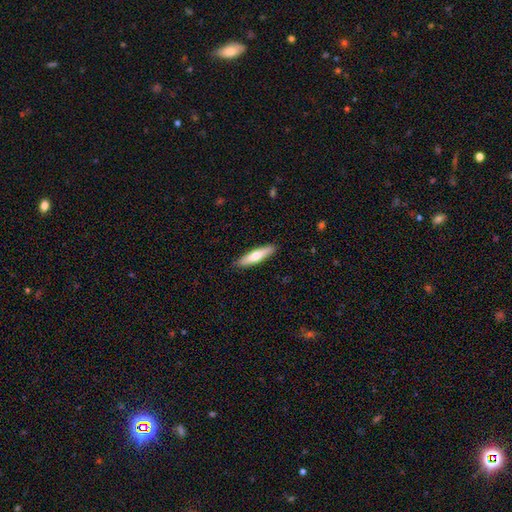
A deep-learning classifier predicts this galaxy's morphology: type=smooth (63%); roundness=cigar-shaped (81%); merging=none (90%).